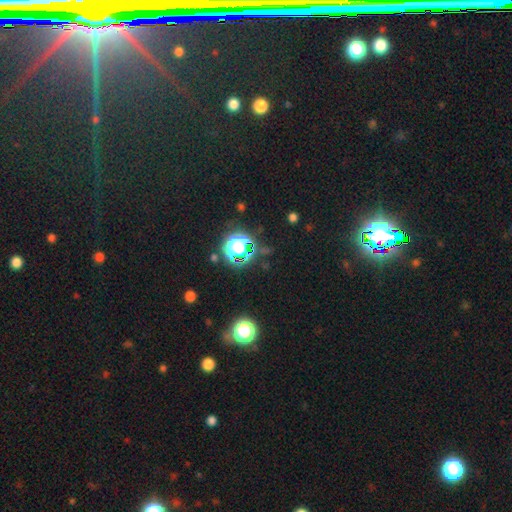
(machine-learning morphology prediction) A star or artifact, not a galaxy (79%).